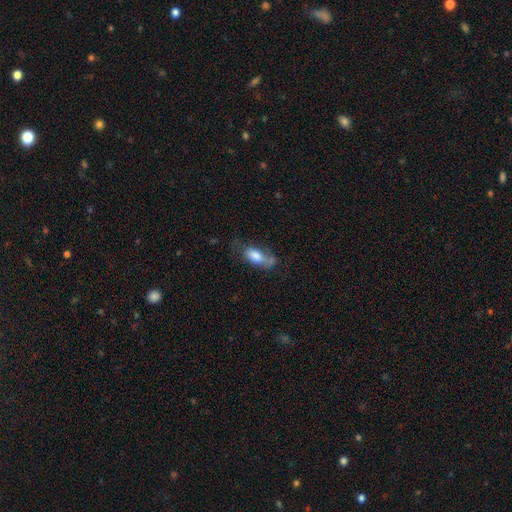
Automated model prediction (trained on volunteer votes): Smooth or featured?
  - smooth: 72% *
  - featured or disk: 20%
  - star or artifact: 7%
How rounded?
  - in between: 85% *
  - cigar-shaped: 11%
  - round: 4%
Merging?
  - none: 38% *
  - minor disturbance: 30%
  - major disturbance: 25%
  - merger: 7%